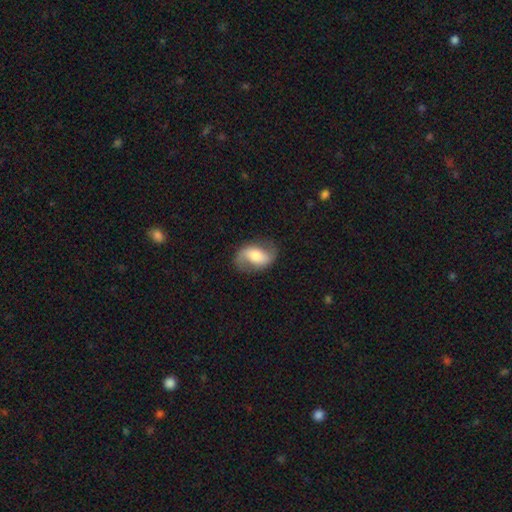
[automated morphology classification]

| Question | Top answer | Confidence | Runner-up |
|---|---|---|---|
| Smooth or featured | featured or disk | 63% | smooth (30%) |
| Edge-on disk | no | 95% | yes (5%) |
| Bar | weak | 37% | no (36%) |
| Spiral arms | yes | 85% | no (15%) |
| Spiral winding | loose | 57% | medium (31%) |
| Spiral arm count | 2 | 89% | can't tell (5%) |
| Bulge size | moderate | 56% | large (21%) |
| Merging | none | 76% | minor disturbance (16%) |